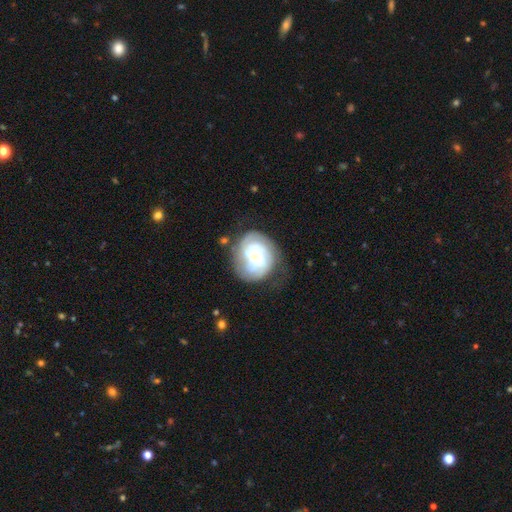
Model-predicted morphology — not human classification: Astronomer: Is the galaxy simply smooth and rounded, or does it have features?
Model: featured or disk — 64%.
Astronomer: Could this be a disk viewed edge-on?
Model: no — 98%.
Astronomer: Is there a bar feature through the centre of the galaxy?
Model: no — 75%.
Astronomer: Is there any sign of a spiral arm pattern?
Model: yes — 77%.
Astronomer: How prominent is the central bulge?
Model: small — 61%.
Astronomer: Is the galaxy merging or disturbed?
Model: none — 53%.